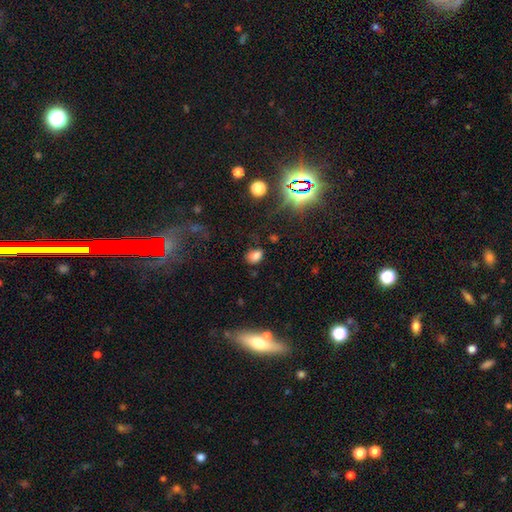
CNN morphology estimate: Smooth or featured? Predicted: smooth (p=0.75). How rounded? Predicted: in between (p=0.72). Merging? Predicted: none (p=0.74).